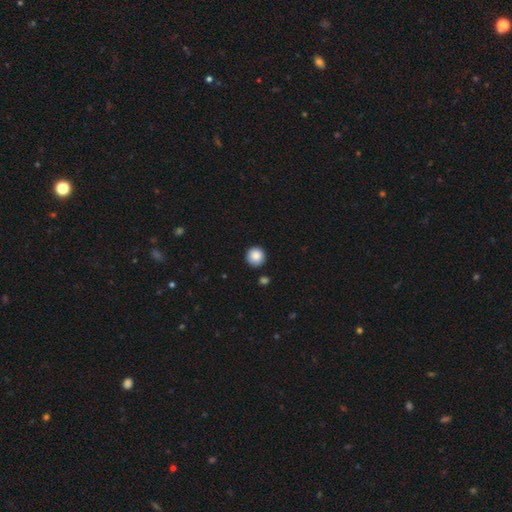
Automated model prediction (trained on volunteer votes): smooth-or-featured: smooth: 87% | star or artifact: 9% | featured or disk: 4%
  how-rounded: round: 95% | in between: 4% | cigar-shaped: 1%
  merging: none: 90% | minor disturbance: 7% | merger: 2% | major disturbance: 2%